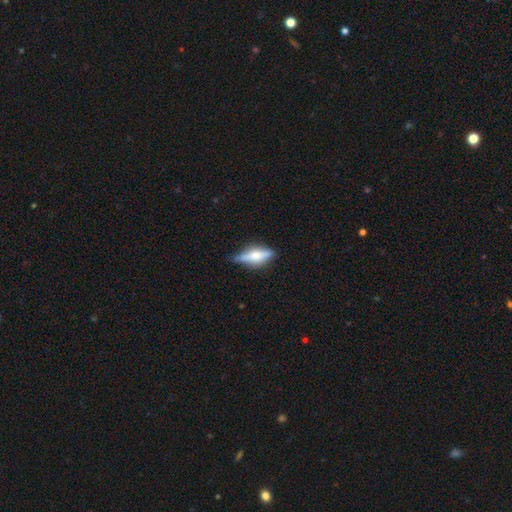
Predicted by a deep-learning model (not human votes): featured or disk 56%, smooth 37%, star or artifact 7%. Down the decision tree: edge-on disk — yes (91%); edge-on bulge — rounded (84%); merging — none (74%).